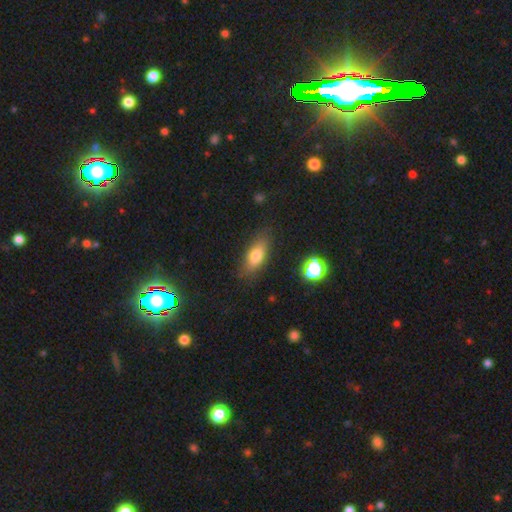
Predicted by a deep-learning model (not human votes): Morphology: type=smooth (75%); roundness=in between (76%); merging=none (80%).